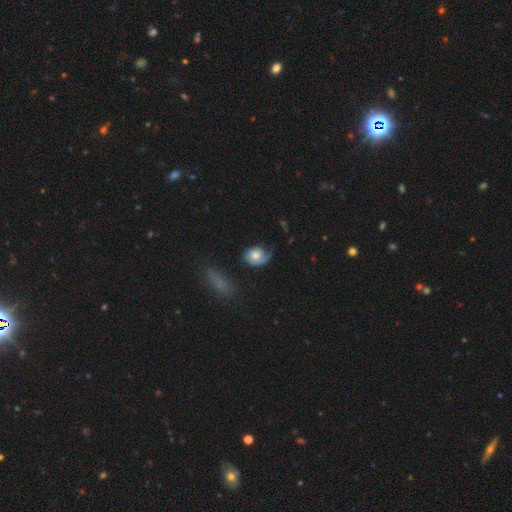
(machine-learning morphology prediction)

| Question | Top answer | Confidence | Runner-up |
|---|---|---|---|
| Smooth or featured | smooth | 50% | featured or disk (43%) |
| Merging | none | 40% | major disturbance (29%) |